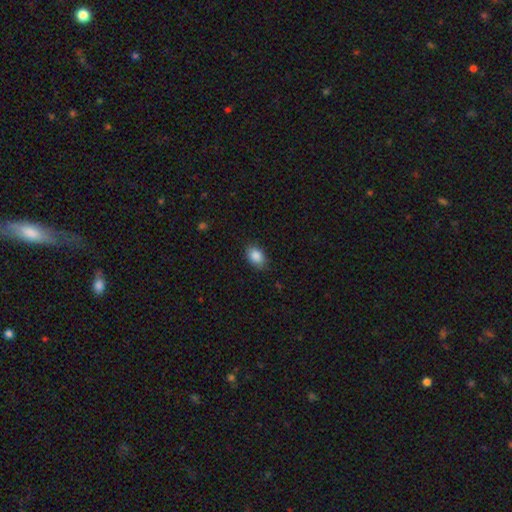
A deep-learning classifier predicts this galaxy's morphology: Q: Smooth or featured?
A: smooth (88%); runner-up: star or artifact (8%)
Q: How rounded?
A: in between (82%); runner-up: round (17%)
Q: Merging?
A: none (84%); runner-up: minor disturbance (13%)